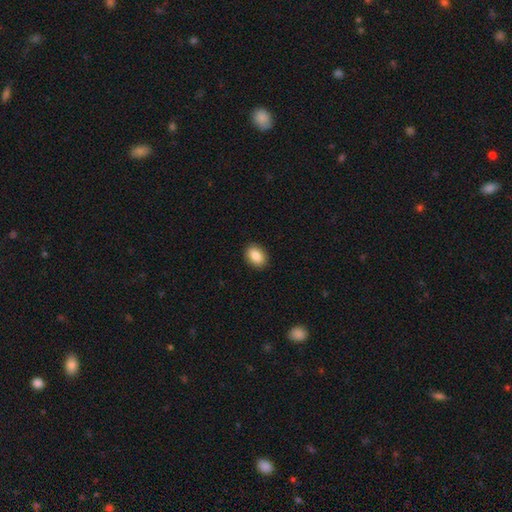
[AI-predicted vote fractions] A smooth galaxy with no disk features (87%) that is in between round and cigar-shaped (80%). Merging: none (90%).